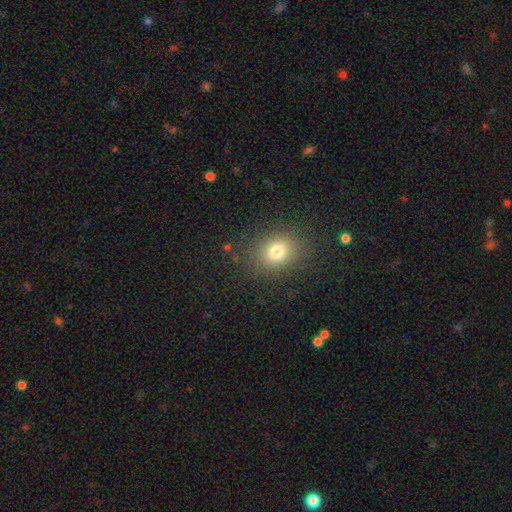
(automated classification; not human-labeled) A smooth galaxy with no disk features (74%) that is round (53%).

Vote fractions:
- Smooth or featured? smooth: 74% / star or artifact: 19% / featured or disk: 7%
- How rounded? round: 53% / in between: 45% / cigar-shaped: 1%
- Merging? none: 89% / minor disturbance: 8% / major disturbance: 2% / merger: 1%